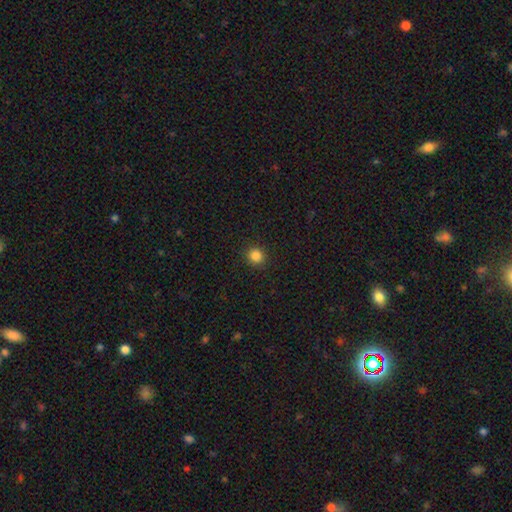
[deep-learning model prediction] Q: Smooth or featured?
A: smooth (84%); runner-up: star or artifact (12%)
Q: How rounded?
A: round (89%); runner-up: in between (10%)
Q: Merging?
A: none (91%); runner-up: minor disturbance (6%)